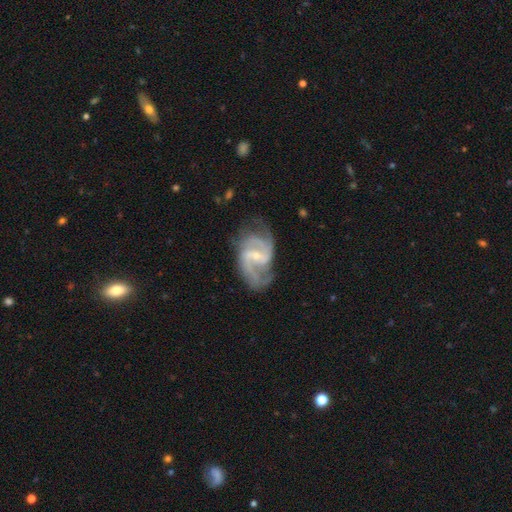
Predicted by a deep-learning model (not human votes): This appears to be a featured or disk galaxy (91%) with a weak bar (52%), 2 (66%) medium (55%) spiral arms (98%) and a small central bulge (68%). Merging: none (66%).